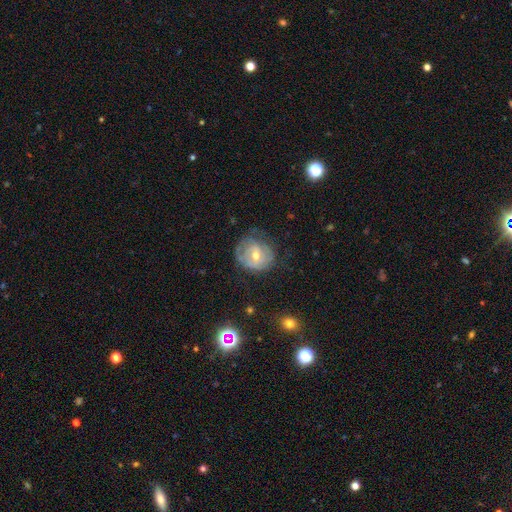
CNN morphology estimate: A featured or disk galaxy (60%) with no bar (56%), spiral arms (65%) and a moderate central bulge (62%).

Vote fractions:
- Smooth or featured? featured or disk: 60% / smooth: 32% / star or artifact: 8%
- Edge-on disk? no: 96% / yes: 4%
- Bar? no: 56% / weak: 35% / strong: 9%
- Spiral arms? yes: 65% / no: 35%
- Bulge size? moderate: 62% / small: 34% / large: 3% / none: 1% / dominant: 1%
- Merging? none: 56% / minor disturbance: 26% / major disturbance: 17% / merger: 2%